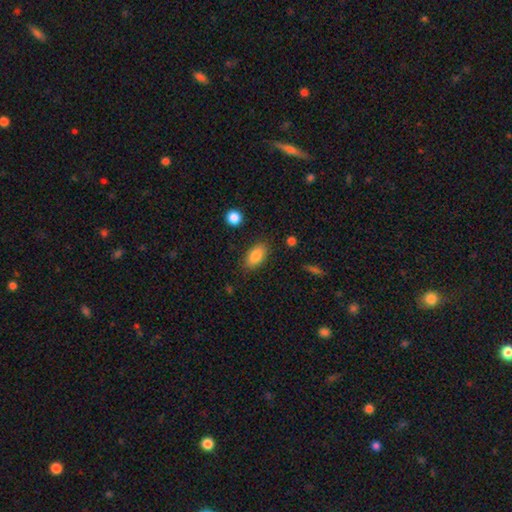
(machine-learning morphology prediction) The model was most divided on "merging": none: 83%, minor disturbance: 12%, major disturbance: 3%, merger: 2%. More confident: how rounded — in between (90%); smooth or featured — smooth (85%).